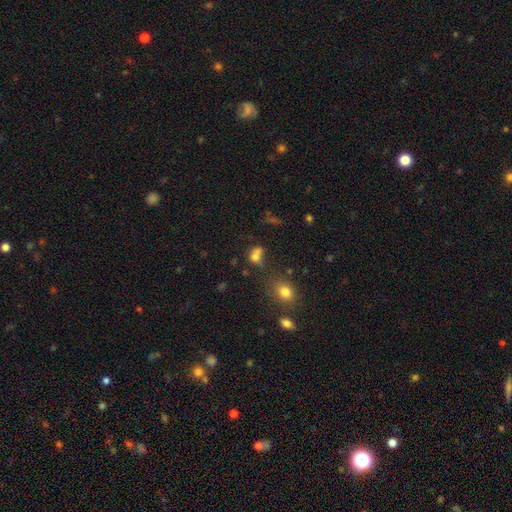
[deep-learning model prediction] This is likely a smooth galaxy (71%). How rounded: possibly round (52%). Merging: possibly merger (45%).